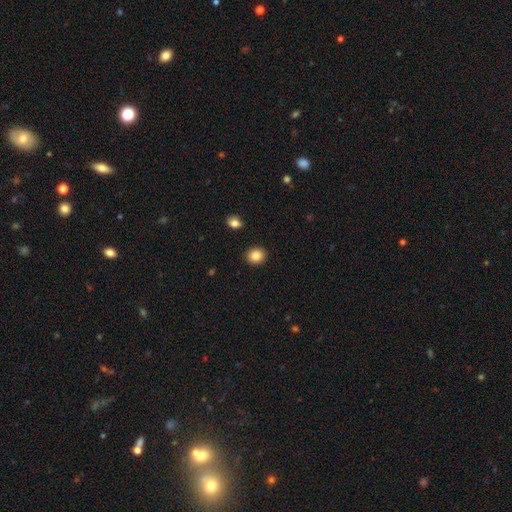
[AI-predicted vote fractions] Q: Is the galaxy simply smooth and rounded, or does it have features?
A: smooth — 85%.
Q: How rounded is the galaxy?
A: round — 75%.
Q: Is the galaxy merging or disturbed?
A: none — 91%.